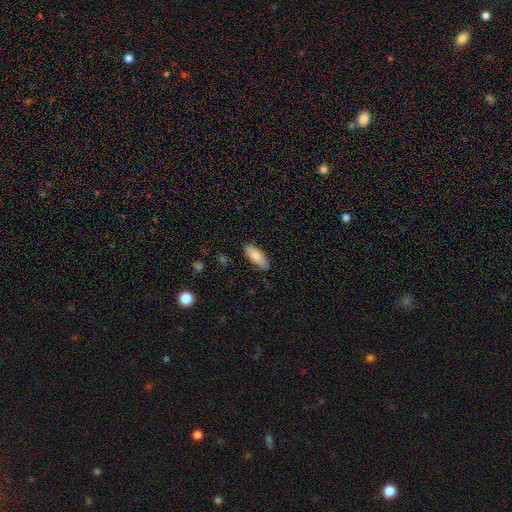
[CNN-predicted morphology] This is clearly a smooth galaxy (85%). How rounded: likely in between (74%). Merging: clearly none (84%).